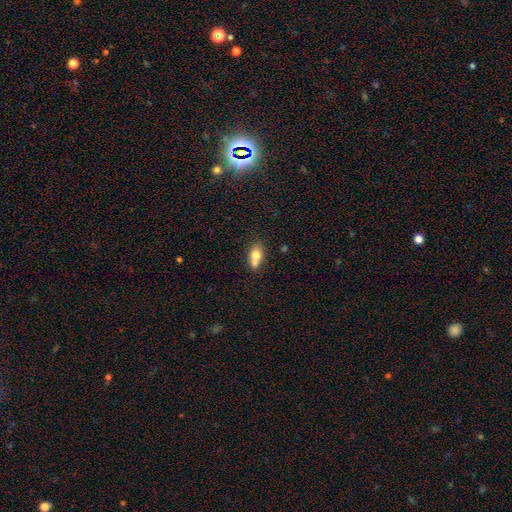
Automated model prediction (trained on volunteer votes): This is likely a smooth galaxy (73%). How rounded: likely in between (73%). Merging: marginally merger (44%).